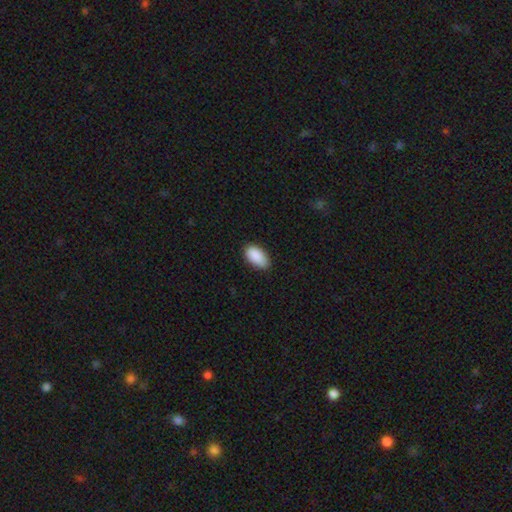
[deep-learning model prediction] smooth 90%, star or artifact 6%, featured or disk 3%. Down the decision tree: how rounded — in between (95%); merging — none (80%).